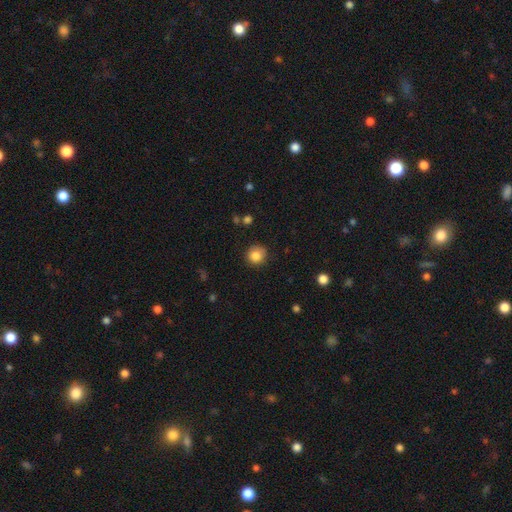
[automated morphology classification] smooth_or_featured: smooth (p=0.85) [alt: star or artifact p=0.10]
how_rounded: round (p=0.89) [alt: in between p=0.10]
merging: none (p=0.81) [alt: minor disturbance p=0.14]